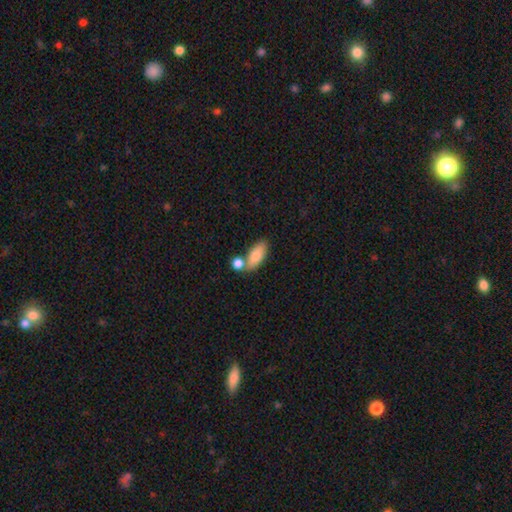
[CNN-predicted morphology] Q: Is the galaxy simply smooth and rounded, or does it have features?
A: smooth — 83%.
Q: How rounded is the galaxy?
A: in between — 80%.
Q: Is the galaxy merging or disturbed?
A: none — 55%.